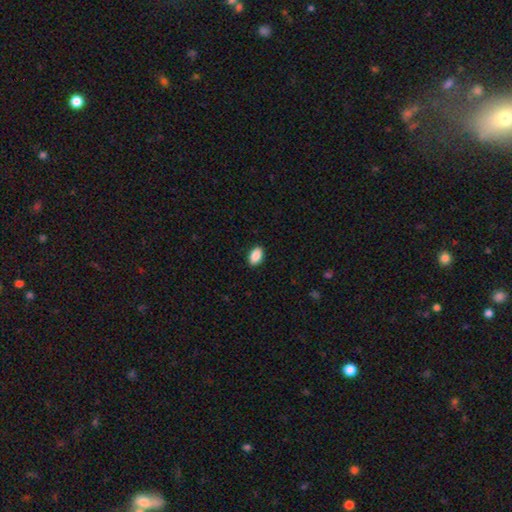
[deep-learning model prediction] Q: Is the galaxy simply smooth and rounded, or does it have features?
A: smooth — 89%.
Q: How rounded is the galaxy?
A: in between — 91%.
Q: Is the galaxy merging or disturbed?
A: none — 91%.